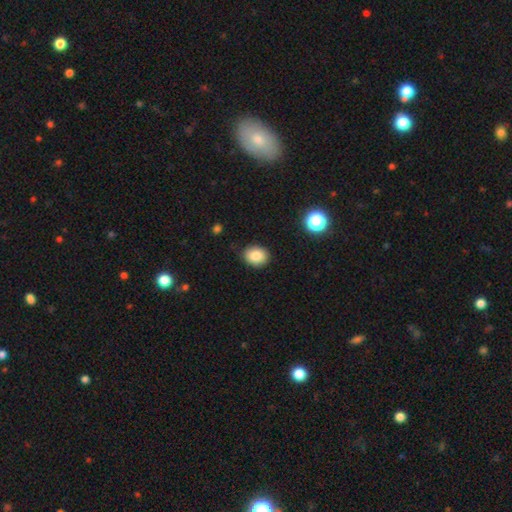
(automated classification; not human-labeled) This appears to be a smooth galaxy with no disk features (84%) that is round (53%). Merging: none (84%).